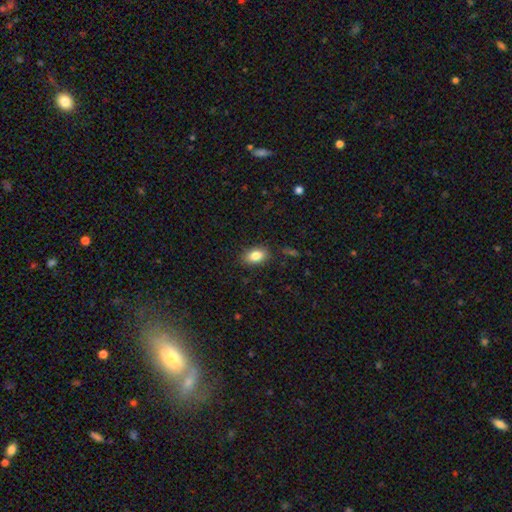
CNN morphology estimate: A smooth galaxy with no disk features (84%) that is in between round and cigar-shaped (87%). Merging: none (86%).